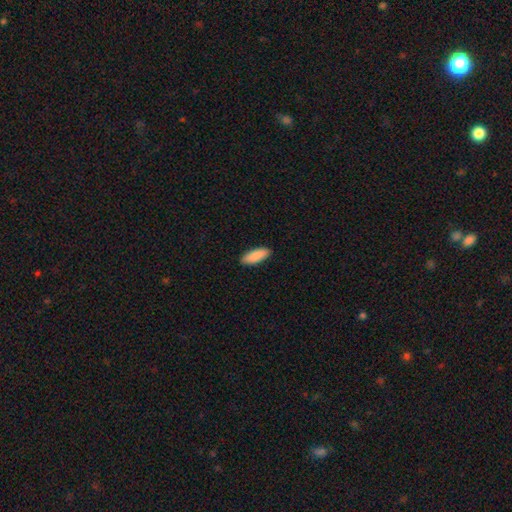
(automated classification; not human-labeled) This is clearly a smooth galaxy (90%). How rounded: likely in between (73%). Merging: clearly none (90%).